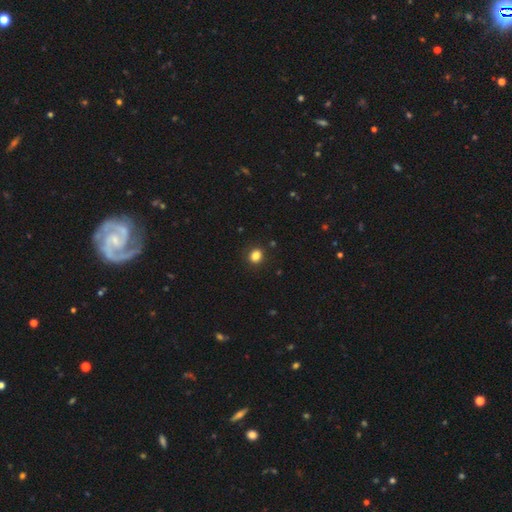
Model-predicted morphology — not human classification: Smooth or featured? Predicted: smooth (p=0.84). How rounded? Predicted: round (p=0.74). Merging? Predicted: none (p=0.89).